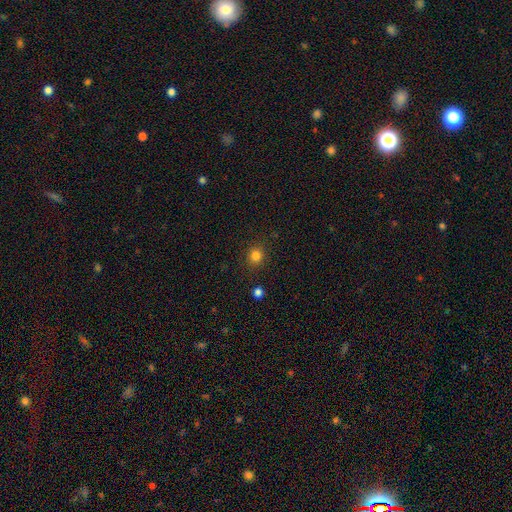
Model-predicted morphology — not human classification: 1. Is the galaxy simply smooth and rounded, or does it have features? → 82% smooth, 13% star or artifact, 4% featured or disk.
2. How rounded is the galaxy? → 88% round, 11% in between, 1% cigar-shaped.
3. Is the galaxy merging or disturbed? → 88% none, 7% minor disturbance, 3% major disturbance, 2% merger.